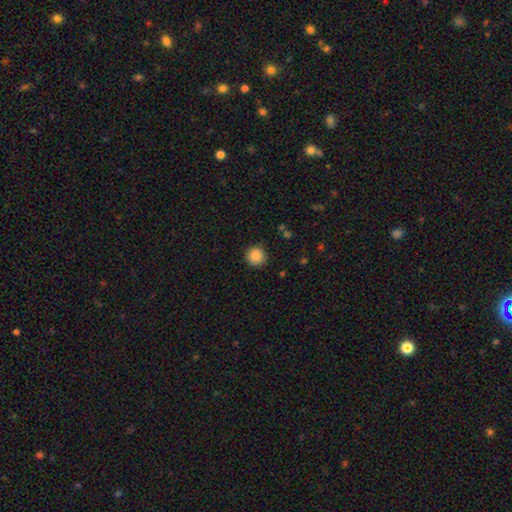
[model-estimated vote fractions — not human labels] smooth-or-featured: smooth: 86% | star or artifact: 9% | featured or disk: 5%
  how-rounded: round: 95% | in between: 4% | cigar-shaped: 1%
  merging: none: 90% | minor disturbance: 7% | major disturbance: 2% | merger: 1%